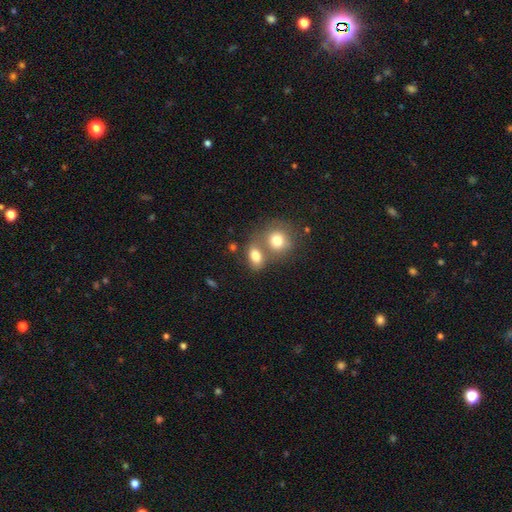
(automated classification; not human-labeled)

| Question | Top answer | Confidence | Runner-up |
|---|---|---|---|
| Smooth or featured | smooth | 79% | featured or disk (12%) |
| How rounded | in between | 72% | round (26%) |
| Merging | merger | 47% | none (38%) |